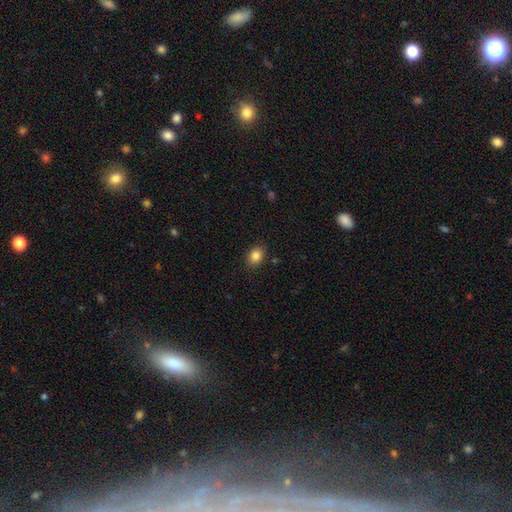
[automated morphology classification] Smooth or featured? smooth (85%)
How rounded? in between (64%)
Merging? none (87%)